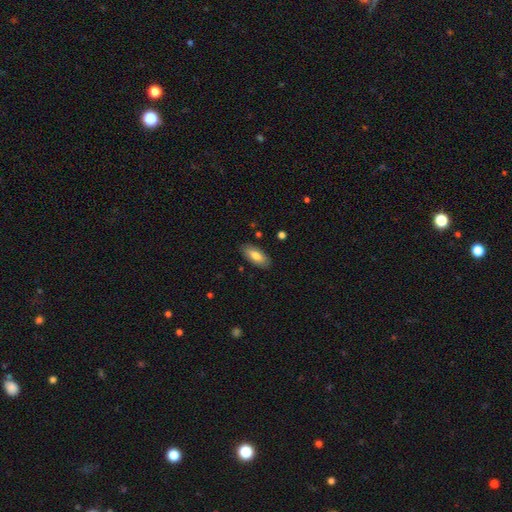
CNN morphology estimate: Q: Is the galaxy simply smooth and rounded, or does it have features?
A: smooth — 76%.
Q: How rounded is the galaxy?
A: in between — 87%.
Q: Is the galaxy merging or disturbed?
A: none — 87%.